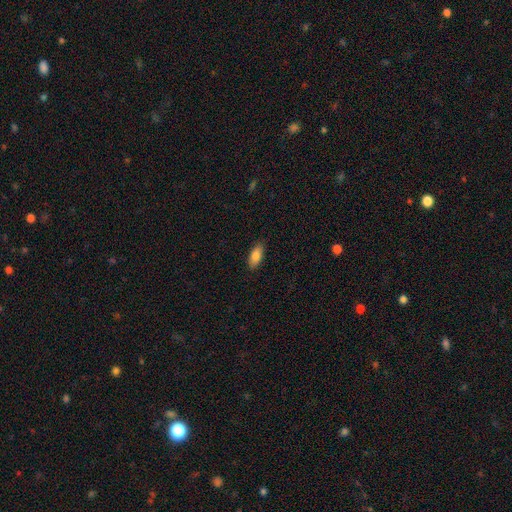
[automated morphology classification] A smooth galaxy with no disk features (83%) that is in between round and cigar-shaped (84%). Merging: none (88%).